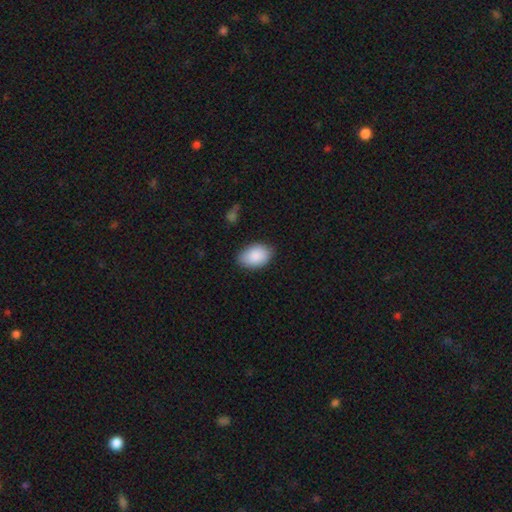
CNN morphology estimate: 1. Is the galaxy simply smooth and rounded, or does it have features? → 89% smooth, 6% star or artifact, 5% featured or disk.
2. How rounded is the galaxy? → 89% in between, 9% round, 1% cigar-shaped.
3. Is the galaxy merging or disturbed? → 81% none, 15% minor disturbance, 3% major disturbance, 1% merger.